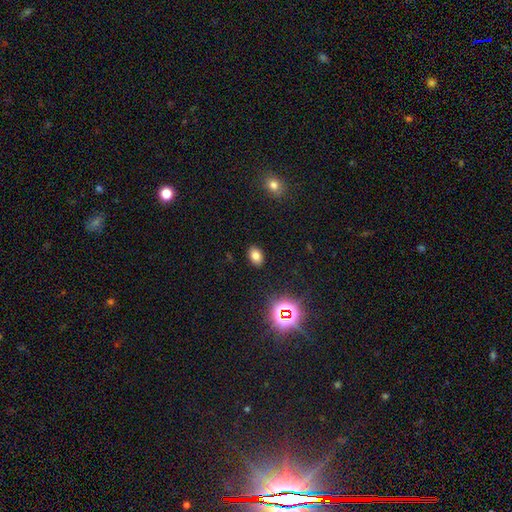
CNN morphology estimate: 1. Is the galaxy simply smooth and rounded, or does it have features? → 74% smooth, 17% star or artifact, 8% featured or disk.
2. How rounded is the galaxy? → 81% in between, 18% round, 1% cigar-shaped.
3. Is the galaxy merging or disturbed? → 88% none, 8% minor disturbance, 2% major disturbance, 1% merger.